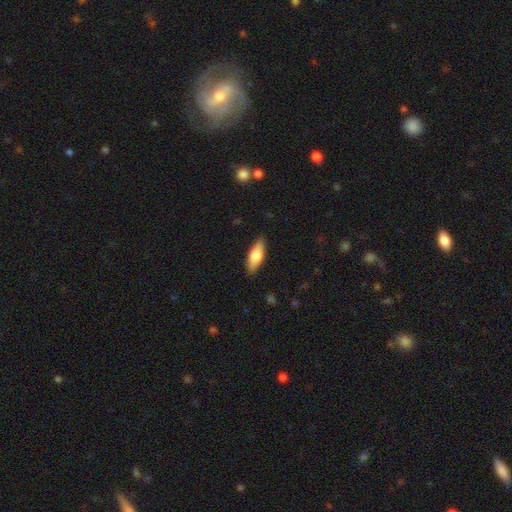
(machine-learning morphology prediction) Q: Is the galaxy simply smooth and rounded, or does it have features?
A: smooth — 70%.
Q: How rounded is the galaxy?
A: in between — 66%.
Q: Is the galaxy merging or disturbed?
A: none — 87%.